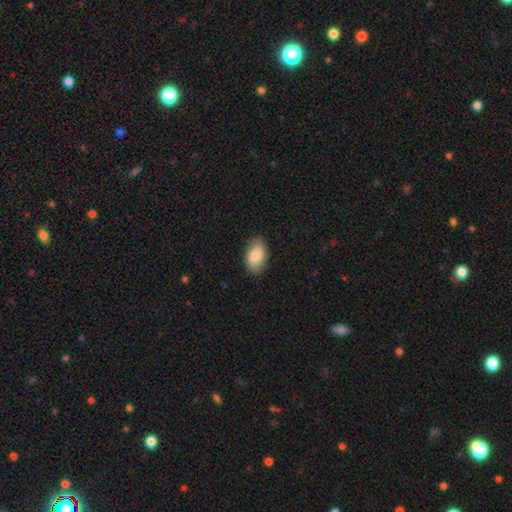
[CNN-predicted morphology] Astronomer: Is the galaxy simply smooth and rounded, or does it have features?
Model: smooth — 85%.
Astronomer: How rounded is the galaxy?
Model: in between — 93%.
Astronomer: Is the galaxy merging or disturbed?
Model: none — 85%.